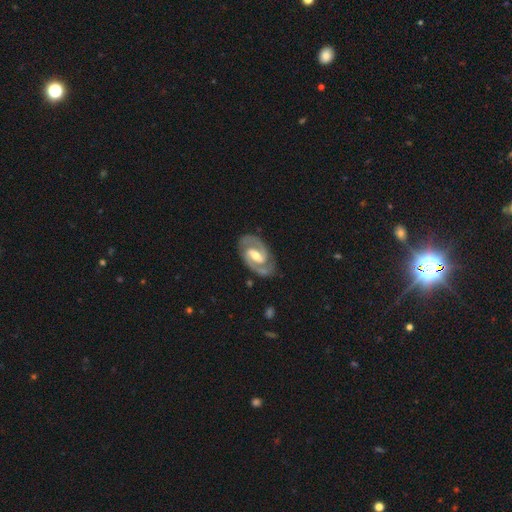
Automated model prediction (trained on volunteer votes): Smooth or featured?
  - featured or disk: 90% *
  - smooth: 6%
  - star or artifact: 4%
Edge-on disk?
  - no: 97% *
  - yes: 3%
Bar?
  - weak: 43% *
  - strong: 42%
  - no: 15%
Spiral arms?
  - yes: 97% *
  - no: 3%
Spiral winding?
  - medium: 49% *
  - tight: 43%
  - loose: 8%
Spiral arm count?
  - 2: 93% *
  - can't tell: 3%
  - 1: 2%
  - 3: 1%
  - 4: 1%
  - more than 4: 1%
Bulge size?
  - moderate: 64% *
  - small: 27%
  - large: 6%
  - none: 2%
  - dominant: 1%
Merging?
  - none: 84% *
  - minor disturbance: 11%
  - major disturbance: 3%
  - merger: 1%